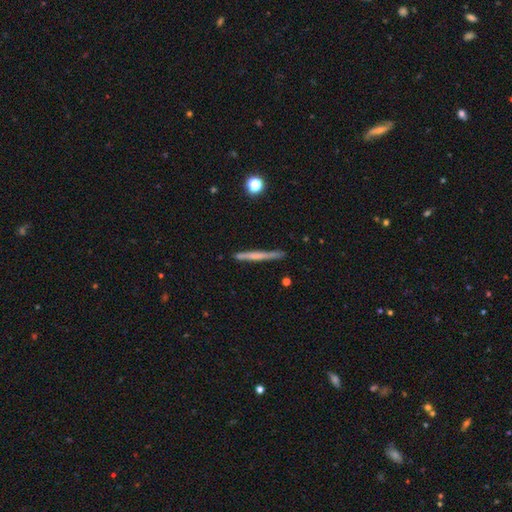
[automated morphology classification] Q: Smooth or featured?
A: smooth (49%); runner-up: featured or disk (44%)
Q: Merging?
A: none (87%); runner-up: minor disturbance (10%)